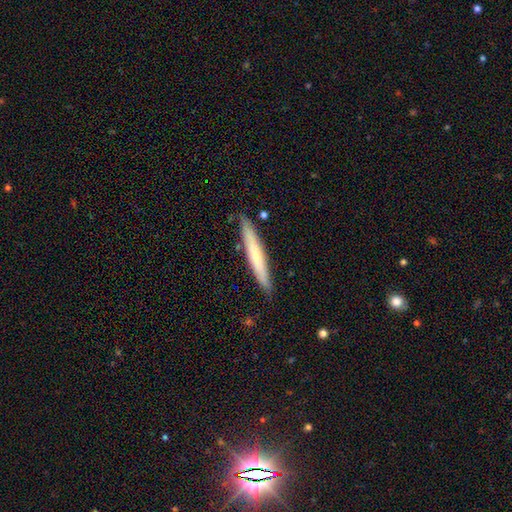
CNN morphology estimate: Smooth or featured: smooth — 53% (featured or disk — 41%)
How rounded: cigar-shaped — 94% (in between — 4%)
Merging: none — 86% (minor disturbance — 11%)